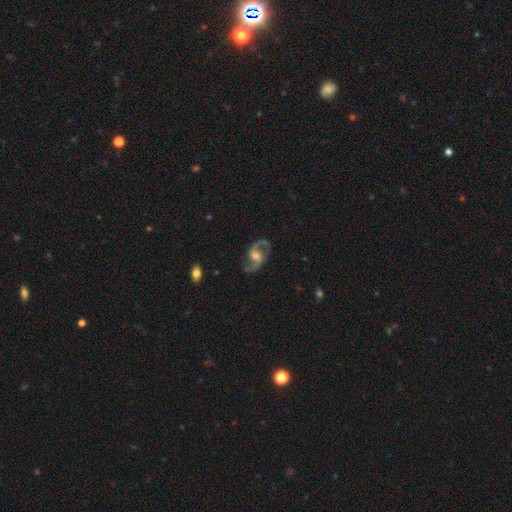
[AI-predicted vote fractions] A featured or disk galaxy (90%) with a weak bar (47%), 2 (93%) loose (51%) spiral arms (97%) and a moderate central bulge (54%).

Vote fractions:
- Smooth or featured? featured or disk: 90% / smooth: 5% / star or artifact: 5%
- Edge-on disk? no: 97% / yes: 3%
- Bar? weak: 47% / no: 36% / strong: 17%
- Spiral arms? yes: 97% / no: 3%
- Spiral winding? loose: 51% / medium: 42% / tight: 7%
- Spiral arm count? 2: 93% / 1: 2% / can't tell: 2% / 3: 1% / 4: 1% / more than 4: 1%
- Bulge size? moderate: 54% / small: 33% / large: 7% / none: 5% / dominant: 1%
- Merging? none: 79% / minor disturbance: 13% / major disturbance: 7% / merger: 2%